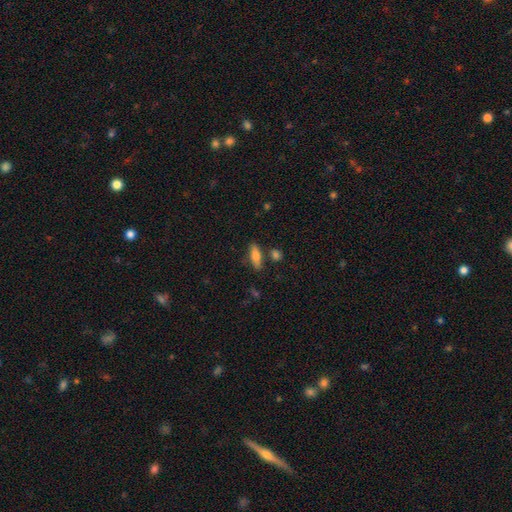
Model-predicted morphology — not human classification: This appears to be a smooth galaxy with no disk features (75%) that is in between round and cigar-shaped (56%). Merging: none (76%).